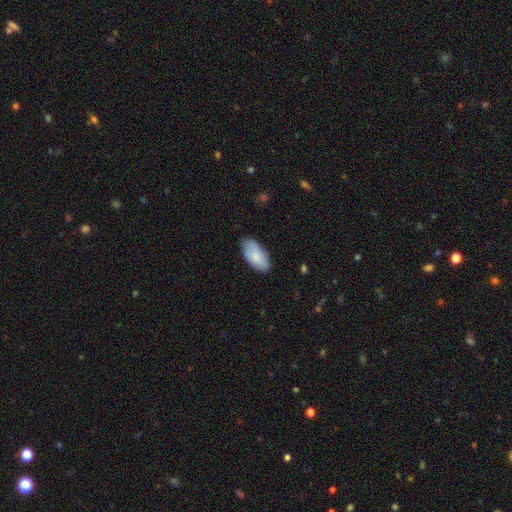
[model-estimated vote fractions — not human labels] Smooth or featured? smooth (77%)
How rounded? in between (94%)
Merging? none (75%)